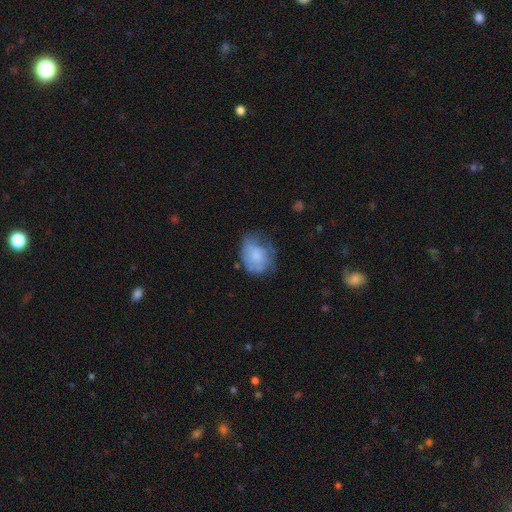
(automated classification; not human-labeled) Overall: smooth (65%; featured or disk 27%). How rounded: in between (57%; round 42%). Merging: none (42%; minor disturbance 35%).